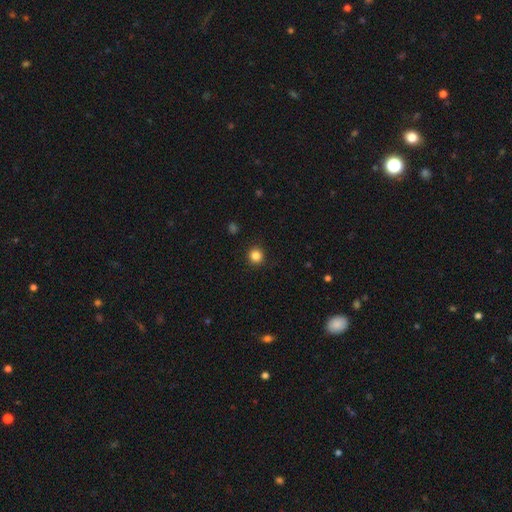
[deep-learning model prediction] Overall: smooth (84%). How rounded: round (93%). Merging: none (91%).